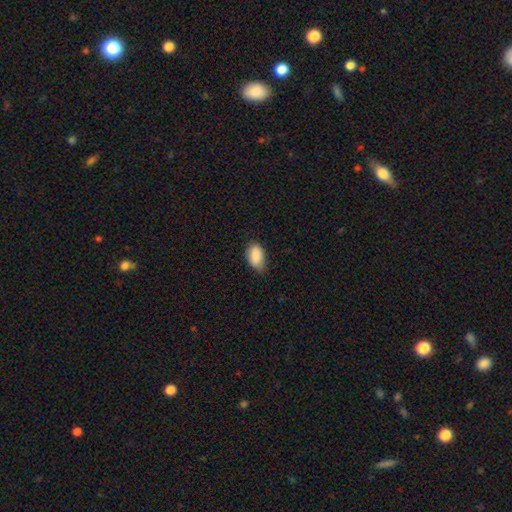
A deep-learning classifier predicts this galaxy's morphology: smooth 88%, star or artifact 7%, featured or disk 5%. Down the decision tree: how rounded — in between (90%); merging — none (66%).